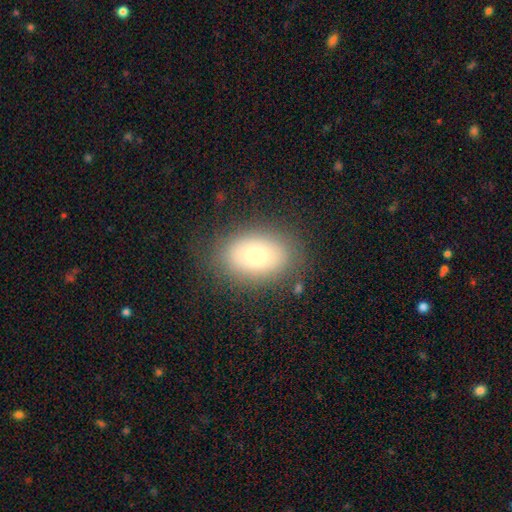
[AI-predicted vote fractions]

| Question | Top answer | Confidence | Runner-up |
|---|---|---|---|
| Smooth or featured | smooth | 71% | featured or disk (18%) |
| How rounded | in between | 75% | round (24%) |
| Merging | none | 80% | minor disturbance (13%) |